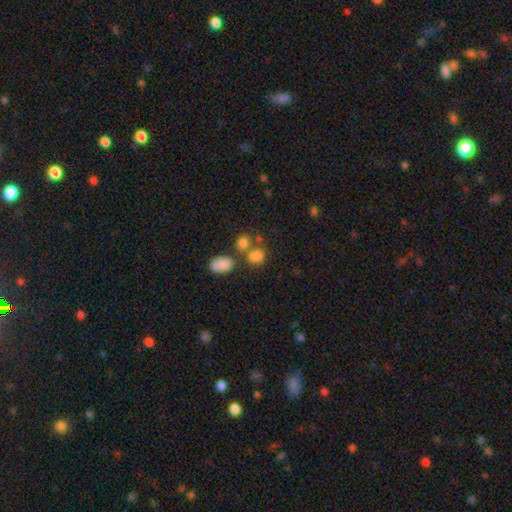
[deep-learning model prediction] This appears to be a smooth galaxy with no disk features (78%) that is round (54%). Merging: none (47%).